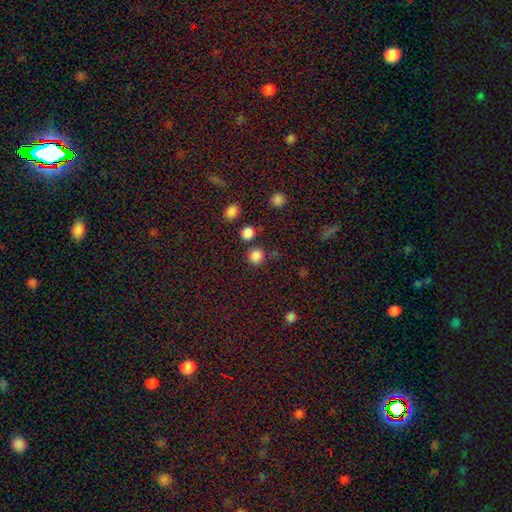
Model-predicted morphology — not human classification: type=smooth (83%); roundness=round (92%); merging=none (82%).